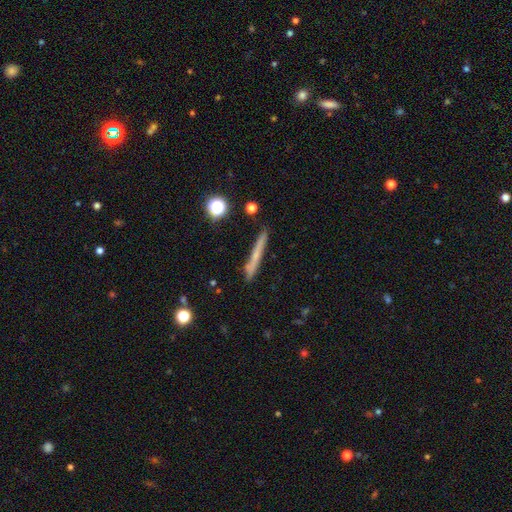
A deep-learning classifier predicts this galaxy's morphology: This is possibly a smooth galaxy (54%). How rounded: clearly cigar-shaped (95%). Merging: clearly none (83%).